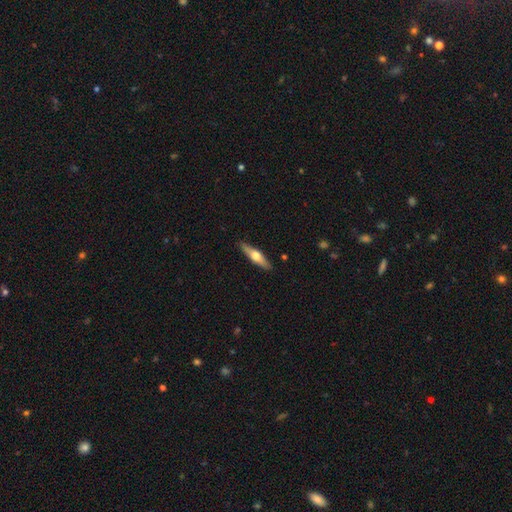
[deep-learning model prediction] A featured or disk galaxy (56%) viewed edge-on (94%) with a rounded central bulge (94%).

Vote fractions:
- Smooth or featured? featured or disk: 56% / smooth: 39% / star or artifact: 5%
- Edge-on disk? yes: 94% / no: 6%
- Edge-on bulge? rounded: 94% / boxy: 3% / none: 2%
- Merging? none: 89% / minor disturbance: 8% / major disturbance: 2% / merger: 1%